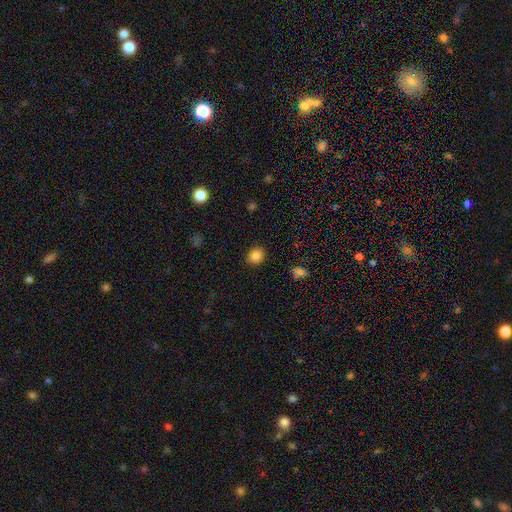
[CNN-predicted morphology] Smooth or featured?
  - smooth: 85% *
  - star or artifact: 11%
  - featured or disk: 4%
How rounded?
  - round: 76% *
  - in between: 23%
  - cigar-shaped: 1%
Merging?
  - none: 90% *
  - minor disturbance: 7%
  - major disturbance: 2%
  - merger: 1%